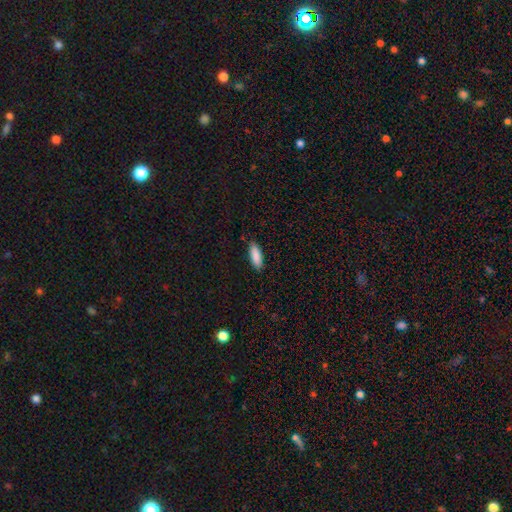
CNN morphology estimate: The model was most divided on "how rounded": in between: 64%, cigar-shaped: 35%, round: 2%. More confident: smooth or featured — smooth (89%); merging — none (86%).